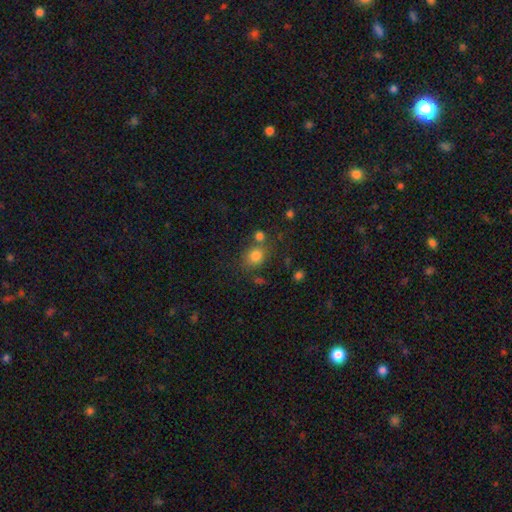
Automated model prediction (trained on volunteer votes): Smooth or featured?
  - smooth: 80% *
  - star or artifact: 13%
  - featured or disk: 7%
How rounded?
  - round: 68% *
  - in between: 31%
  - cigar-shaped: 1%
Merging?
  - none: 65% *
  - merger: 18%
  - minor disturbance: 13%
  - major disturbance: 5%